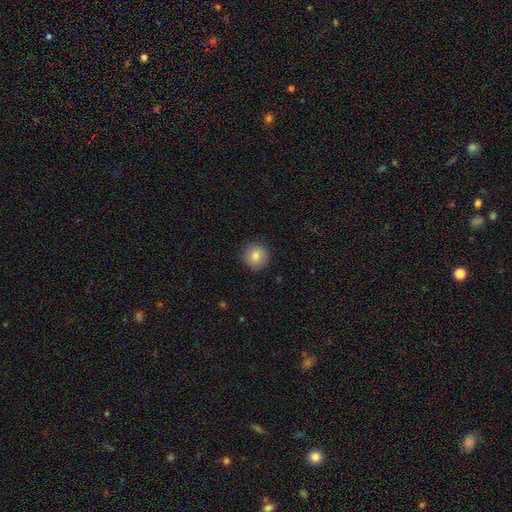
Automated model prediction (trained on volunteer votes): A smooth galaxy with no disk features (82%) that is round (94%).

Vote fractions:
- Smooth or featured? smooth: 82% / star or artifact: 9% / featured or disk: 9%
- How rounded? round: 94% / in between: 5% / cigar-shaped: 1%
- Merging? none: 90% / minor disturbance: 7% / major disturbance: 2% / merger: 1%